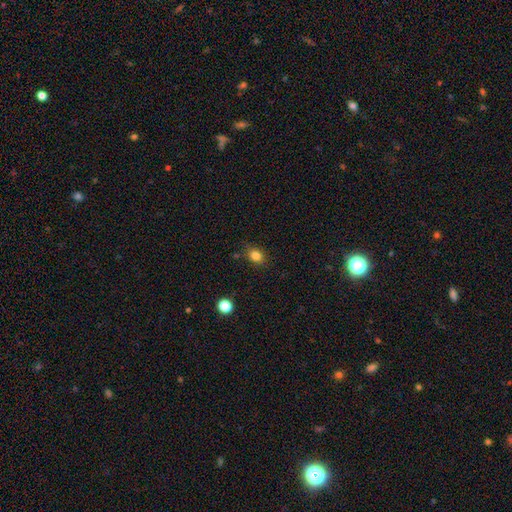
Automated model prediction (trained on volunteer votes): A smooth galaxy with no disk features (83%) that is in between round and cigar-shaped (52%). Merging: none (80%).